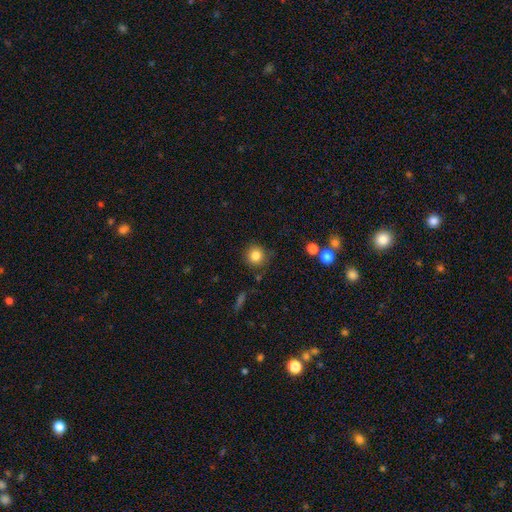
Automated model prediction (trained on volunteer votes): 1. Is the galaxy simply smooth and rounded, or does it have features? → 83% smooth, 11% star or artifact, 6% featured or disk.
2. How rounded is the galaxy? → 93% round, 6% in between, 1% cigar-shaped.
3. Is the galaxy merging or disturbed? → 84% none, 10% minor disturbance, 3% major disturbance, 3% merger.